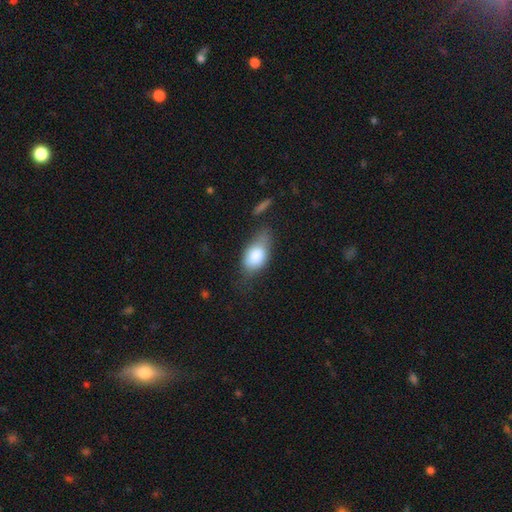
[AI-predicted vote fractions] The model was most divided on "merging": none: 42%, minor disturbance: 36%, major disturbance: 17%, merger: 6%. More confident: how rounded — in between (86%); smooth or featured — smooth (79%).